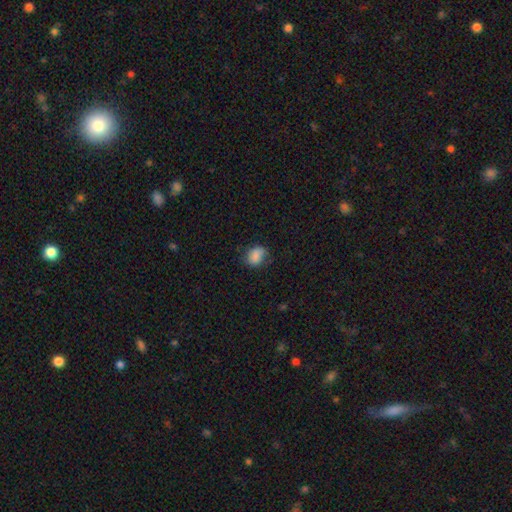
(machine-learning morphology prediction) A smooth galaxy with no disk features (82%) that is in between round and cigar-shaped (57%). Merging: none (62%).